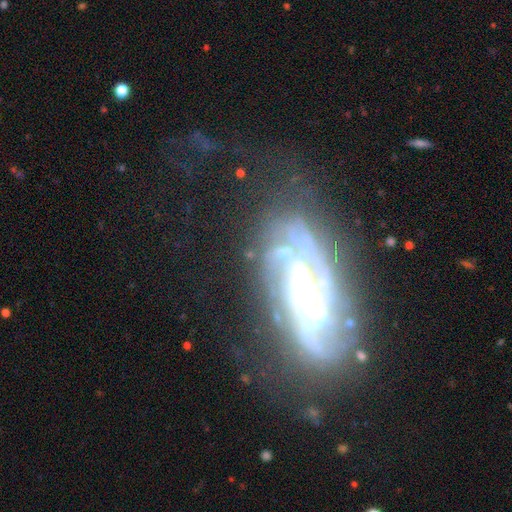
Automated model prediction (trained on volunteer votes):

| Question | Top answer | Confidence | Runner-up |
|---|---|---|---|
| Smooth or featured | featured or disk | 86% | star or artifact (7%) |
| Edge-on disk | no | 92% | yes (8%) |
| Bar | no | 43% | weak (34%) |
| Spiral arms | yes | 96% | no (4%) |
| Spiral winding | tight | 58% | medium (34%) |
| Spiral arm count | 2 | 34% | can't tell (24%) |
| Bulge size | moderate | 44% | small (38%) |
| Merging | none | 64% | minor disturbance (20%) |